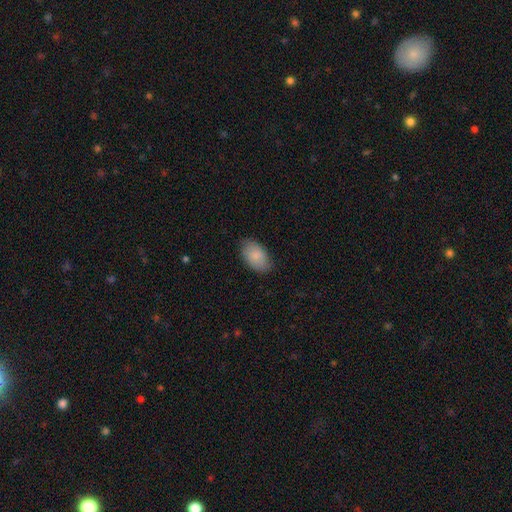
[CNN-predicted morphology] A smooth galaxy with no disk features (85%) that is in between round and cigar-shaped (93%). Merging: none (81%).